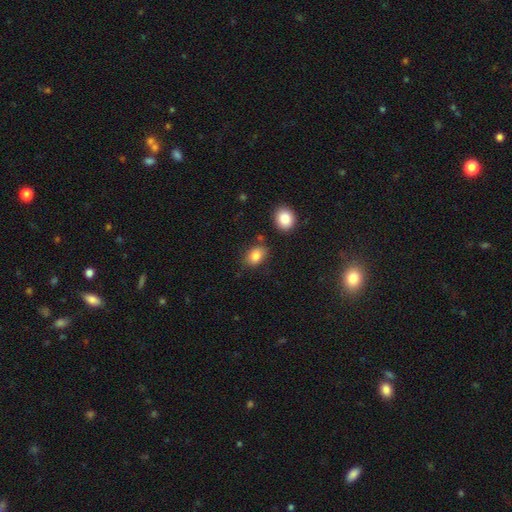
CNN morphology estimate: Overall: smooth (84%). How rounded: in between (76%). Merging: none (77%).